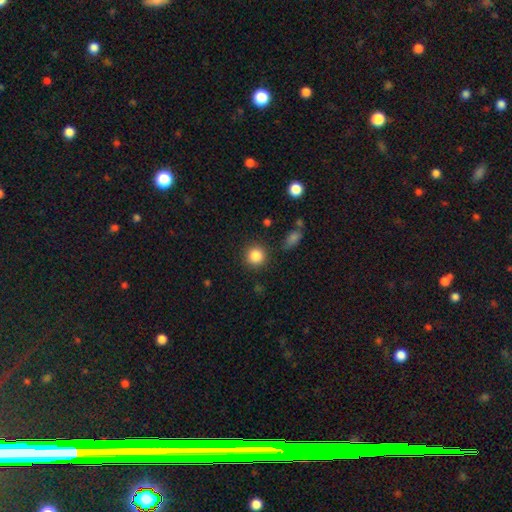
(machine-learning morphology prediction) smooth_or_featured: smooth (p=0.85) [alt: star or artifact p=0.10]
how_rounded: round (p=0.93) [alt: in between p=0.06]
merging: none (p=0.86) [alt: minor disturbance p=0.08]